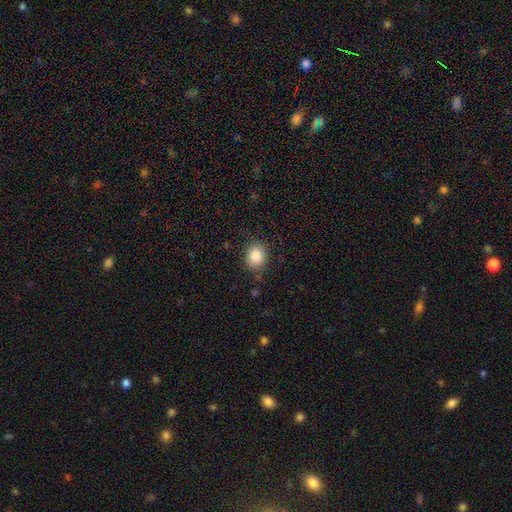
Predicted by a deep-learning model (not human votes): Overall: smooth (86%). How rounded: round (65%; in between 34%). Merging: none (81%).